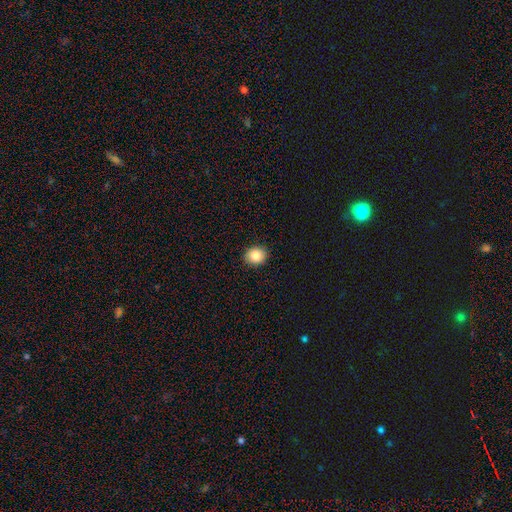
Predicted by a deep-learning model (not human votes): The model was most divided on "how rounded": round: 72%, in between: 27%, cigar-shaped: 1%. More confident: merging — none (91%); smooth or featured — smooth (85%).